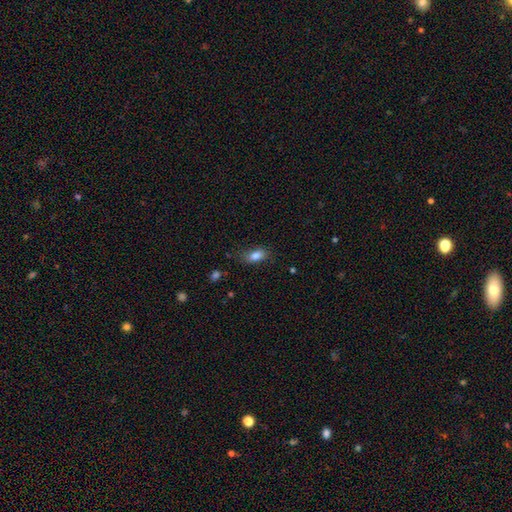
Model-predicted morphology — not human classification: Smooth or featured? Predicted: smooth (p=0.84). How rounded? Predicted: in between (p=0.87). Merging? Predicted: none (p=0.73).